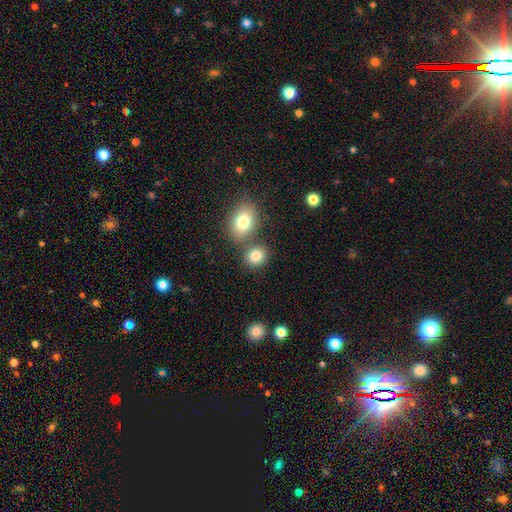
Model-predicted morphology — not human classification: Smooth or featured?
  - smooth: 82% *
  - star or artifact: 11%
  - featured or disk: 7%
How rounded?
  - round: 65% *
  - in between: 34%
  - cigar-shaped: 1%
Merging?
  - none: 65% *
  - merger: 23%
  - minor disturbance: 9%
  - major disturbance: 3%